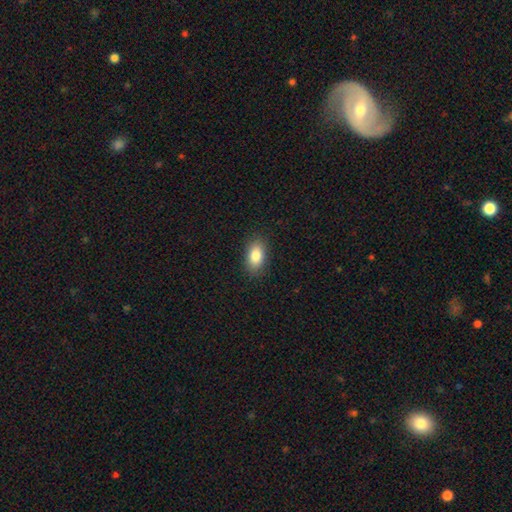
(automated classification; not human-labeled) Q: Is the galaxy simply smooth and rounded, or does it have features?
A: smooth — 84%.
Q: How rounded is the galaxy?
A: in between — 90%.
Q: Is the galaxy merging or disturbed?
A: none — 88%.